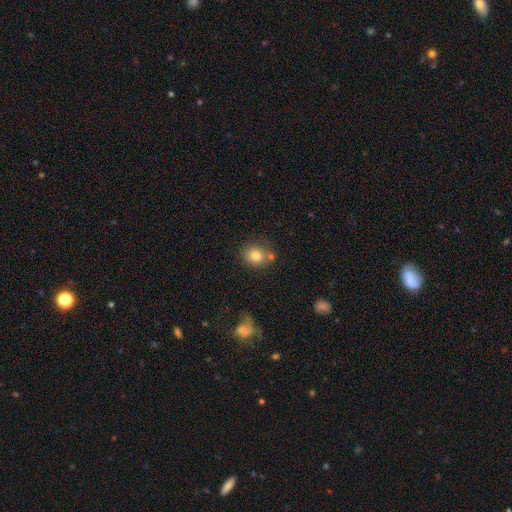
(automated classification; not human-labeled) Morphology: type=smooth (80%); roundness=round (68%); merging=none (67%).